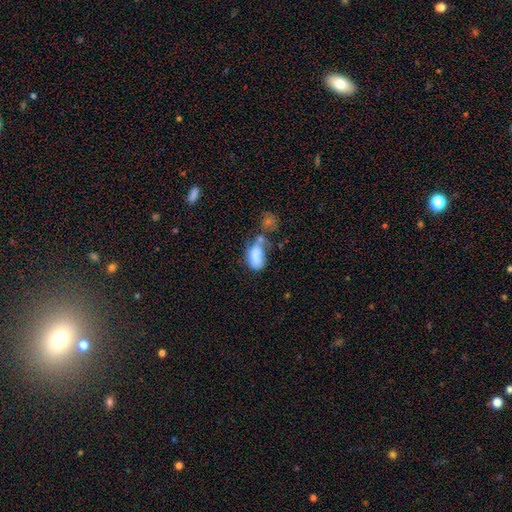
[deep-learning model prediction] Smooth or featured: smooth — 72% (featured or disk — 19%)
How rounded: in between — 90% (round — 6%)
Merging: merger — 41% (major disturbance — 23%)